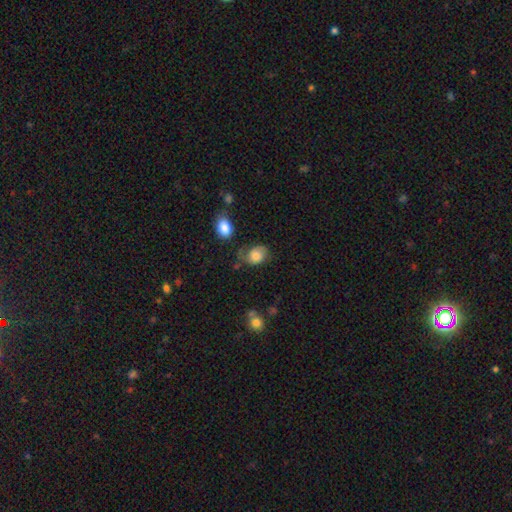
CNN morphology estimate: Smooth or featured?
  - smooth: 62% *
  - featured or disk: 29%
  - star or artifact: 9%
How rounded?
  - in between: 60% *
  - round: 38%
  - cigar-shaped: 1%
Merging?
  - none: 44% *
  - minor disturbance: 31%
  - major disturbance: 19%
  - merger: 5%